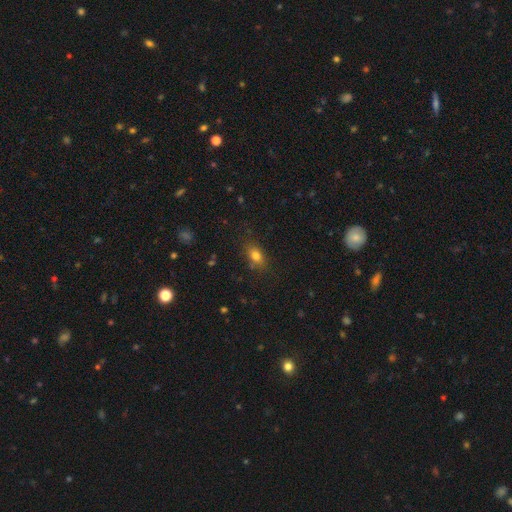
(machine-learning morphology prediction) This appears to be a smooth galaxy with no disk features (79%) that is in between round and cigar-shaped (75%). Merging: none (79%).